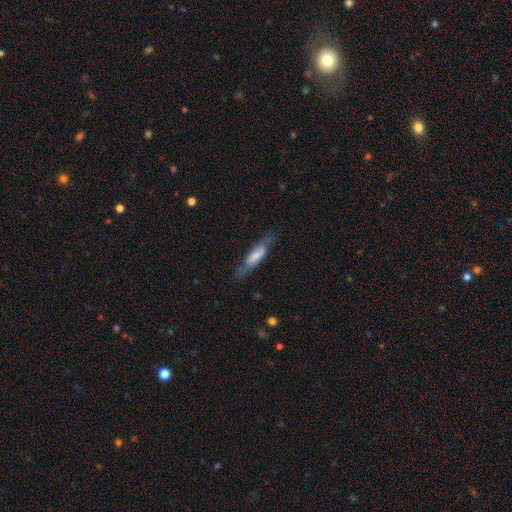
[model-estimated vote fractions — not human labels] Smooth or featured?
  - smooth: 58% *
  - featured or disk: 35%
  - star or artifact: 6%
How rounded?
  - cigar-shaped: 65% *
  - in between: 33%
  - round: 2%
Merging?
  - none: 71% *
  - minor disturbance: 20%
  - major disturbance: 8%
  - merger: 2%